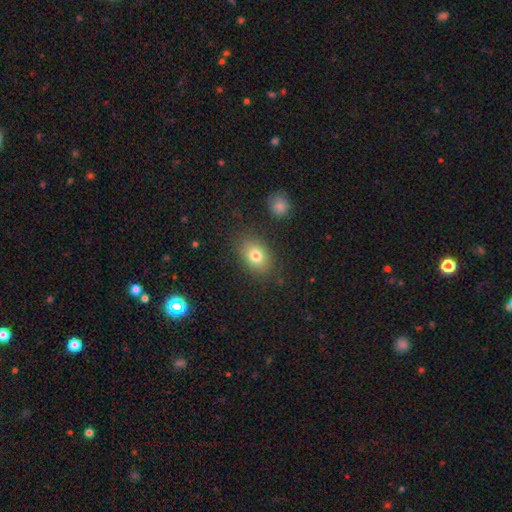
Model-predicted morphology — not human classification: Q: Smooth or featured?
A: smooth (78%); runner-up: featured or disk (11%)
Q: How rounded?
A: in between (73%); runner-up: round (26%)
Q: Merging?
A: none (82%); runner-up: minor disturbance (11%)